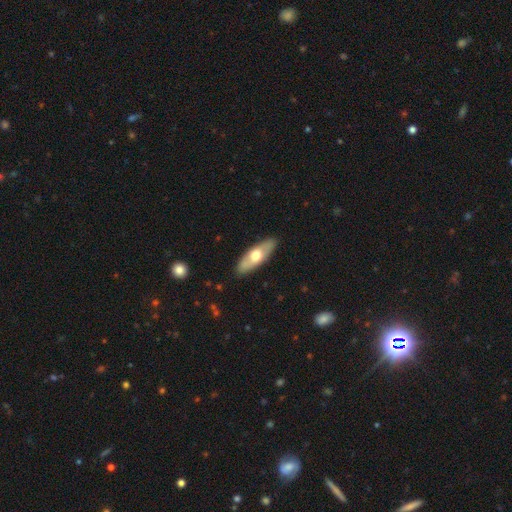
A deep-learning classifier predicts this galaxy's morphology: Smooth or featured?
  - smooth: 53% *
  - featured or disk: 42%
  - star or artifact: 5%
How rounded?
  - in between: 61% *
  - cigar-shaped: 37%
  - round: 3%
Merging?
  - none: 87% *
  - minor disturbance: 10%
  - major disturbance: 2%
  - merger: 1%